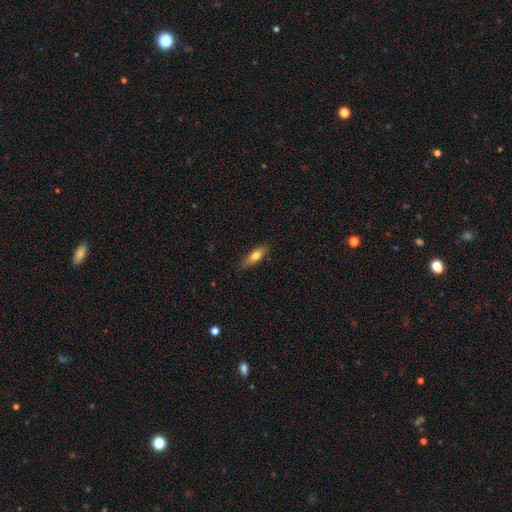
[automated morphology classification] smooth_or_featured: smooth (p=0.70) [alt: featured or disk p=0.23]
how_rounded: in between (p=0.52) [alt: cigar-shaped p=0.45]
merging: none (p=0.84) [alt: minor disturbance p=0.13]